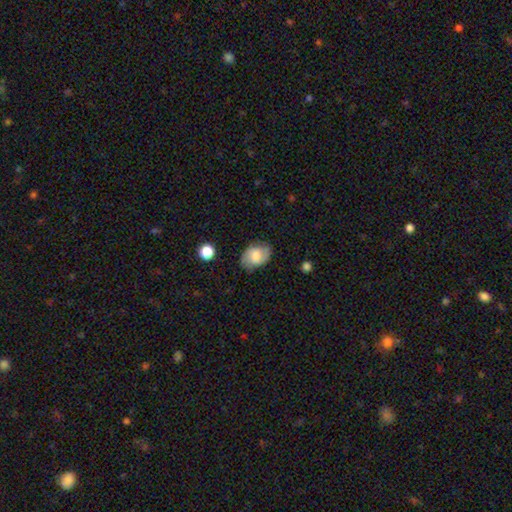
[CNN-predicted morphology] A smooth galaxy with no disk features (52%) that is in between round and cigar-shaped (78%). Merging: none (74%).